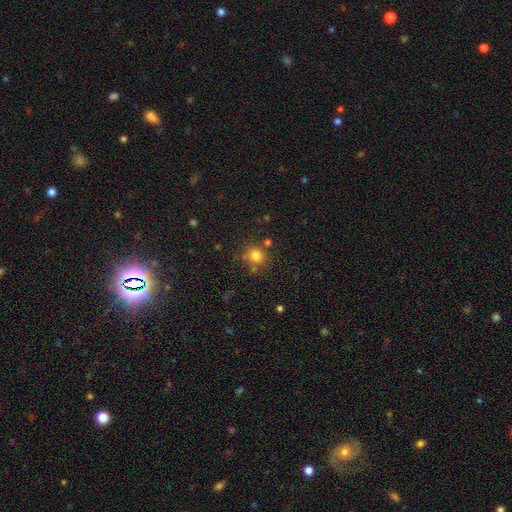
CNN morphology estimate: The model was most divided on "merging": none: 74%, minor disturbance: 11%, merger: 10%, major disturbance: 4%. More confident: how rounded — round (83%); smooth or featured — smooth (80%).